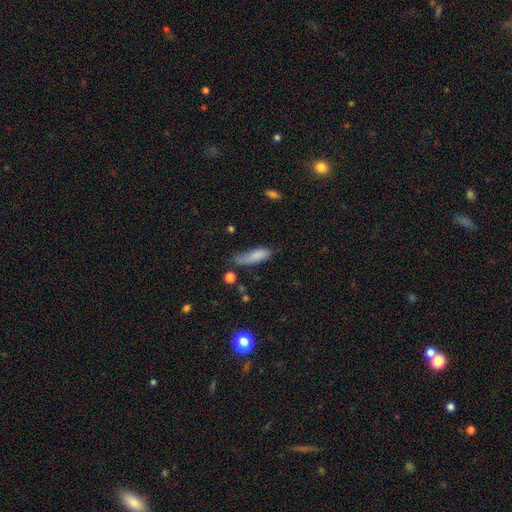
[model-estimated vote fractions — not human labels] Overall: smooth (81%). How rounded: in between (51%; cigar-shaped 47%). Merging: none (43%; minor disturbance 36%).